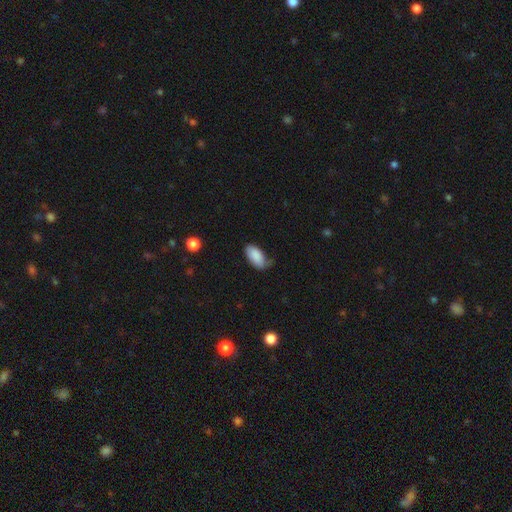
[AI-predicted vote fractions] This appears to be a smooth galaxy with no disk features (86%) that is in between round and cigar-shaped (95%). Merging: none (54%).